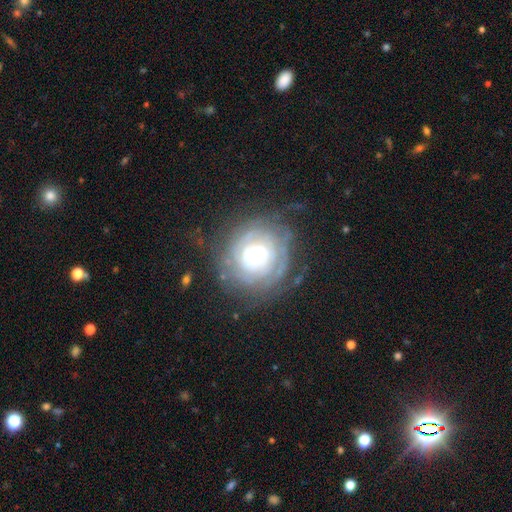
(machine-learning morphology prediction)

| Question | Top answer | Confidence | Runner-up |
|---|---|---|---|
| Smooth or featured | featured or disk | 75% | smooth (17%) |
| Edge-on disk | no | 97% | yes (3%) |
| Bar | no | 75% | weak (19%) |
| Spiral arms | yes | 85% | no (15%) |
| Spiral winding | tight | 78% | medium (16%) |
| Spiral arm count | can't tell | 53% | 2 (16%) |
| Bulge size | small | 53% | moderate (28%) |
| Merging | none | 69% | minor disturbance (17%) |